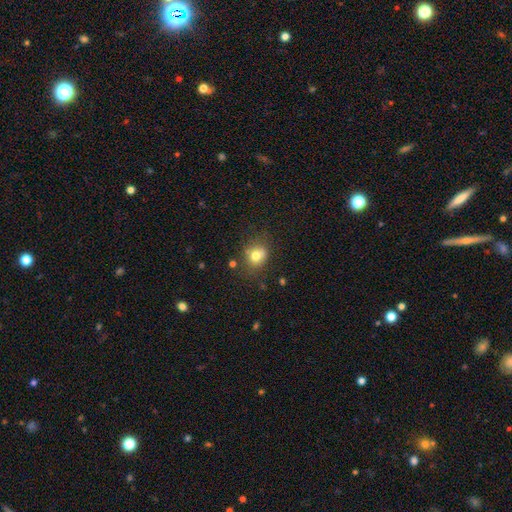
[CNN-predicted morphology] A smooth galaxy with no disk features (75%) that is round (70%). Merging: none (68%).